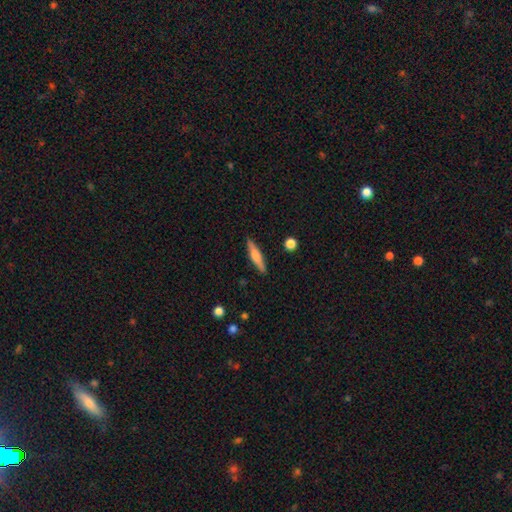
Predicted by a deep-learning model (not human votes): Overall: smooth (54%; featured or disk 40%). How rounded: cigar-shaped (83%). Merging: none (89%).